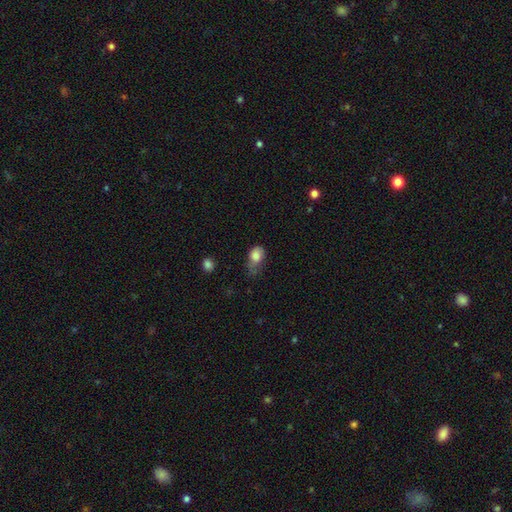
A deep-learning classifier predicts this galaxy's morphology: Smooth or featured? smooth (81%)
How rounded? in between (75%)
Merging? minor disturbance (40%)